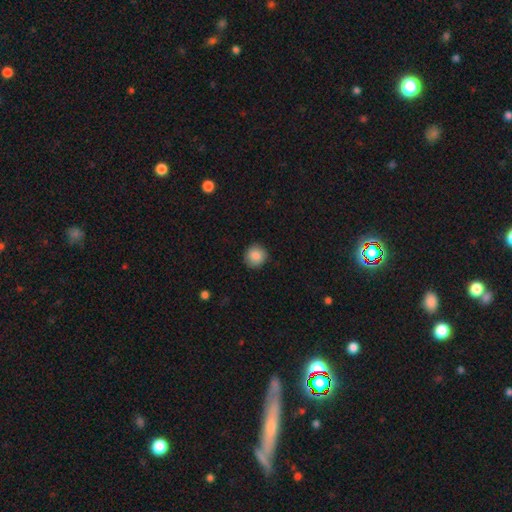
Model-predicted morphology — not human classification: Smooth or featured?
  - smooth: 87% *
  - star or artifact: 8%
  - featured or disk: 5%
How rounded?
  - round: 92% *
  - in between: 7%
  - cigar-shaped: 1%
Merging?
  - none: 89% *
  - minor disturbance: 8%
  - major disturbance: 2%
  - merger: 1%